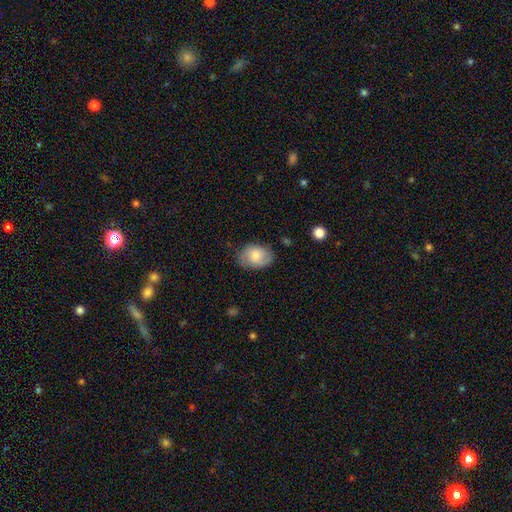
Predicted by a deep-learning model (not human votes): Smooth or featured?
  - smooth: 67% *
  - featured or disk: 26%
  - star or artifact: 7%
How rounded?
  - in between: 72% *
  - round: 27%
  - cigar-shaped: 1%
Merging?
  - none: 69% *
  - minor disturbance: 24%
  - major disturbance: 6%
  - merger: 1%